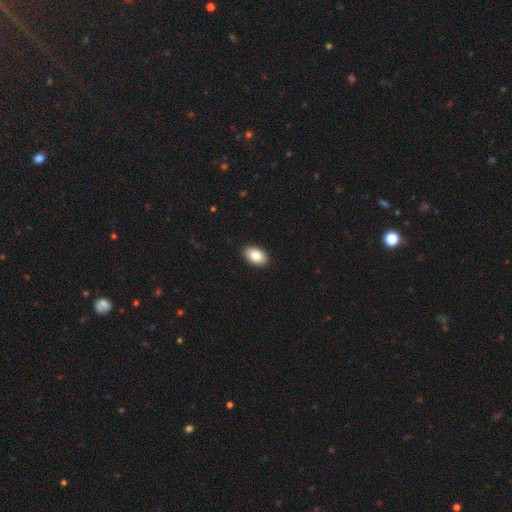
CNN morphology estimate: Overall: smooth (86%). How rounded: in between (89%). Merging: none (91%).